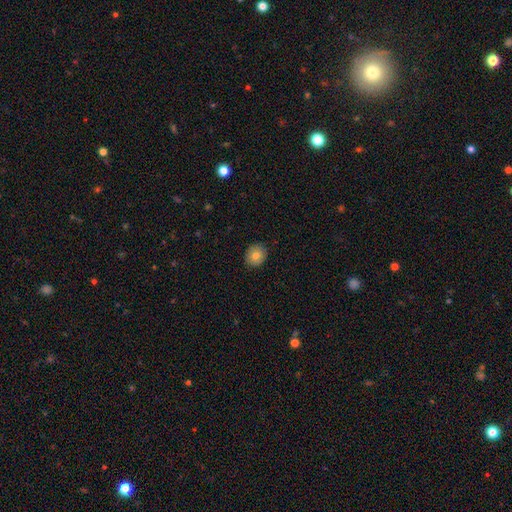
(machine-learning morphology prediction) smooth-or-featured: smooth: 80% | featured or disk: 11% | star or artifact: 9%
  how-rounded: round: 70% | in between: 29% | cigar-shaped: 1%
  merging: none: 89% | minor disturbance: 8% | major disturbance: 2% | merger: 1%